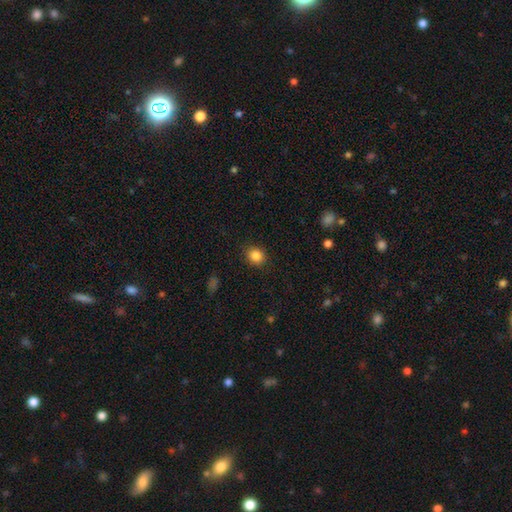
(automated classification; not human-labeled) Smooth or featured? Predicted: smooth (p=0.86). How rounded? Predicted: round (p=0.76). Merging? Predicted: none (p=0.89).